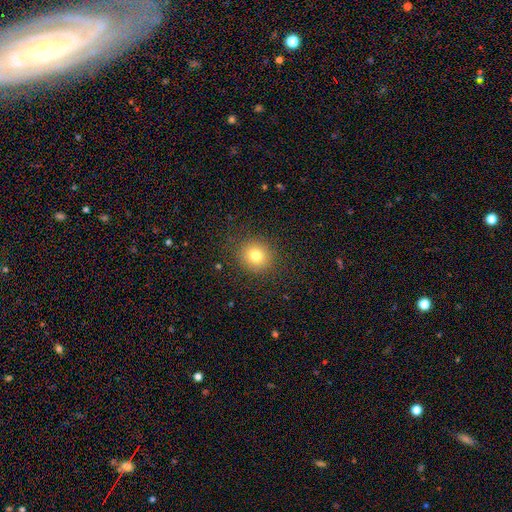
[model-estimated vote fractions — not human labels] A smooth galaxy with no disk features (77%) that is round (87%).

Vote fractions:
- Smooth or featured? smooth: 77% / star or artifact: 13% / featured or disk: 9%
- How rounded? round: 87% / in between: 13% / cigar-shaped: 1%
- Merging? none: 88% / minor disturbance: 8% / major disturbance: 3% / merger: 1%